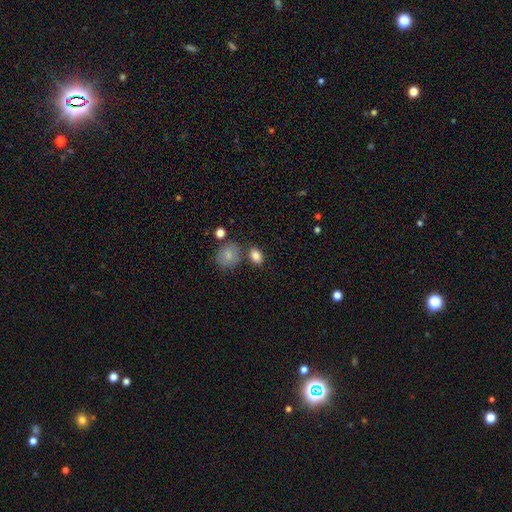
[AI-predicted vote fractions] The model was most divided on "how rounded": in between: 72%, round: 27%, cigar-shaped: 1%. More confident: smooth or featured — smooth (85%); merging — none (69%).